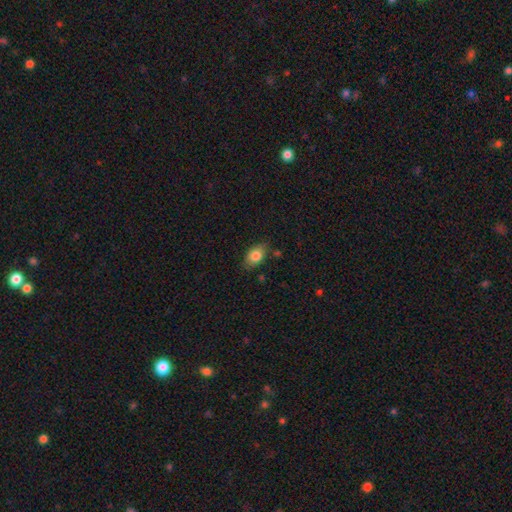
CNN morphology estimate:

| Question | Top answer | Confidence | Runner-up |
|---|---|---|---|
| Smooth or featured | smooth | 82% | featured or disk (11%) |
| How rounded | in between | 86% | round (12%) |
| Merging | none | 77% | minor disturbance (17%) |